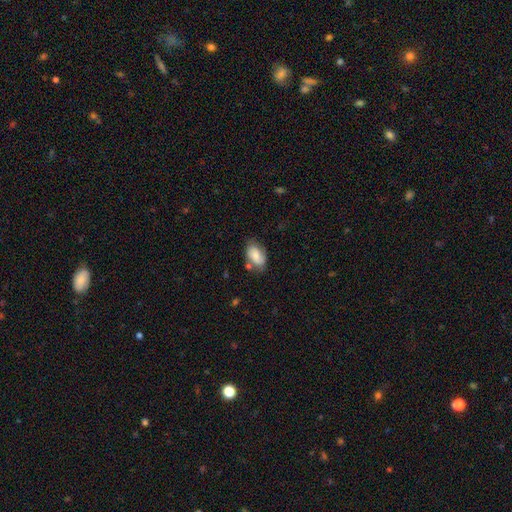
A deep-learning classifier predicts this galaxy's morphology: smooth 67%, featured or disk 26%, star or artifact 7%. Down the decision tree: how rounded — in between (91%); merging — none (62%).